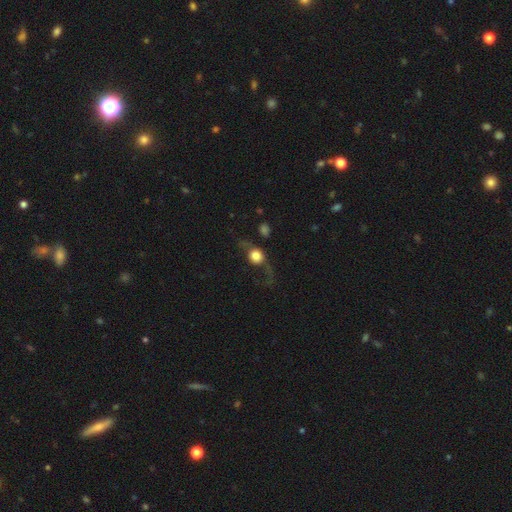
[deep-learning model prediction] Morphology: type=smooth (53%); roundness=round (80%); merging=none (42%).